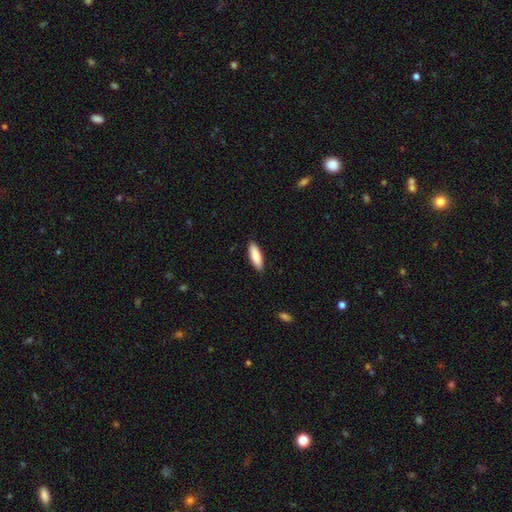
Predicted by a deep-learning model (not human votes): This is clearly a smooth galaxy (88%). How rounded: possibly in between (59%). Merging: clearly none (90%).